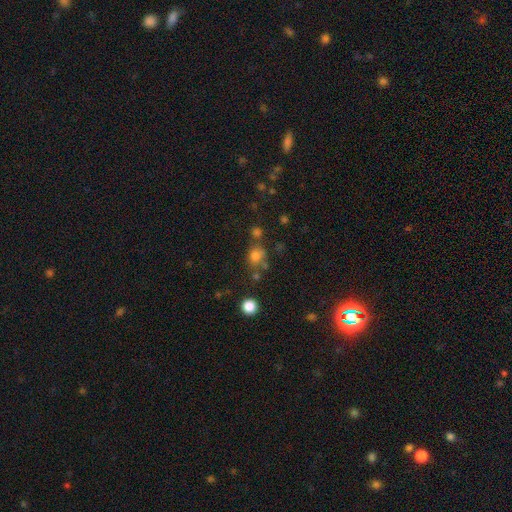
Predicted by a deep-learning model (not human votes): Smooth or featured? smooth (73%)
How rounded? round (60%)
Merging? none (56%)